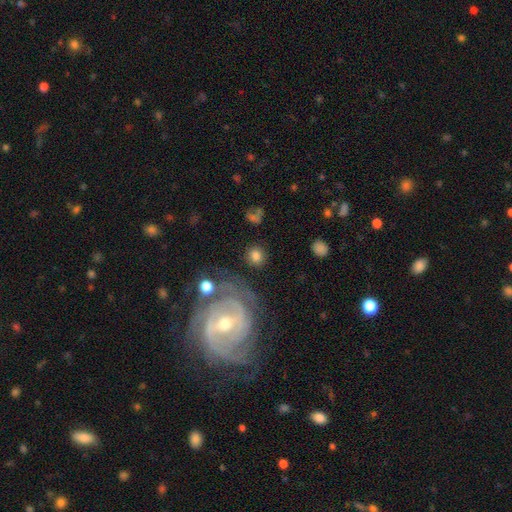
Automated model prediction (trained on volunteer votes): smooth-or-featured: smooth: 76% | featured or disk: 15% | star or artifact: 9%
  how-rounded: round: 82% | in between: 17% | cigar-shaped: 1%
  merging: none: 79% | minor disturbance: 10% | major disturbance: 6% | merger: 5%